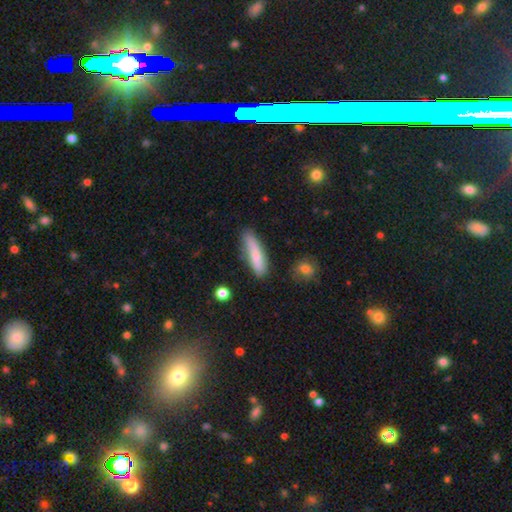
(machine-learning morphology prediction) A smooth galaxy with no disk features (77%) that is cigar-shaped (72%). Merging: none (71%).